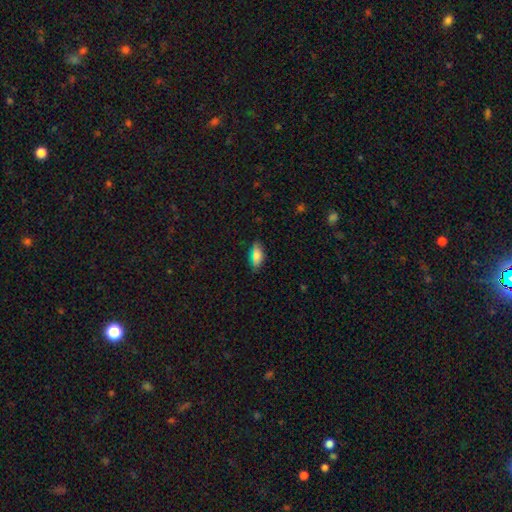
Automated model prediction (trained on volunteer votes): smooth-or-featured: smooth: 78% | star or artifact: 12% | featured or disk: 10%
  how-rounded: in between: 85% | cigar-shaped: 12% | round: 3%
  merging: none: 78% | minor disturbance: 17% | major disturbance: 3% | merger: 1%